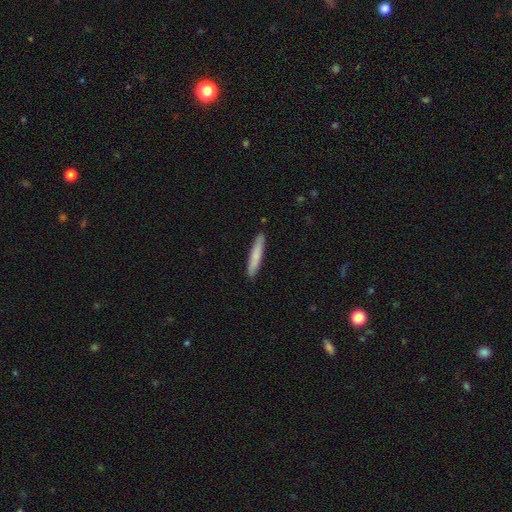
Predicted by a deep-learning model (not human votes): Smooth or featured? smooth (77%)
How rounded? cigar-shaped (94%)
Merging? none (91%)